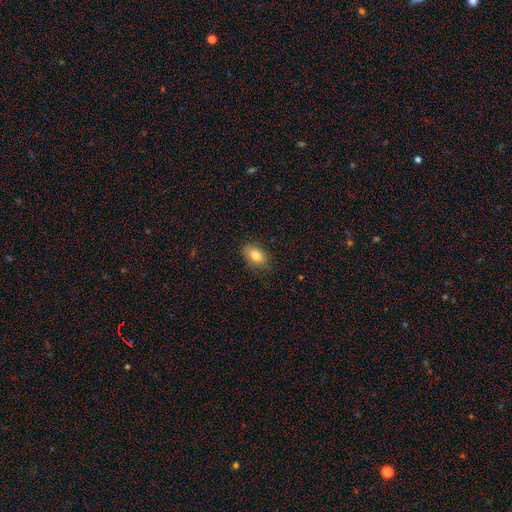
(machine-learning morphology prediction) A smooth galaxy with no disk features (80%) that is in between round and cigar-shaped (89%).

Vote fractions:
- Smooth or featured? smooth: 80% / featured or disk: 11% / star or artifact: 8%
- How rounded? in between: 89% / round: 9% / cigar-shaped: 3%
- Merging? none: 83% / minor disturbance: 13% / major disturbance: 3% / merger: 1%